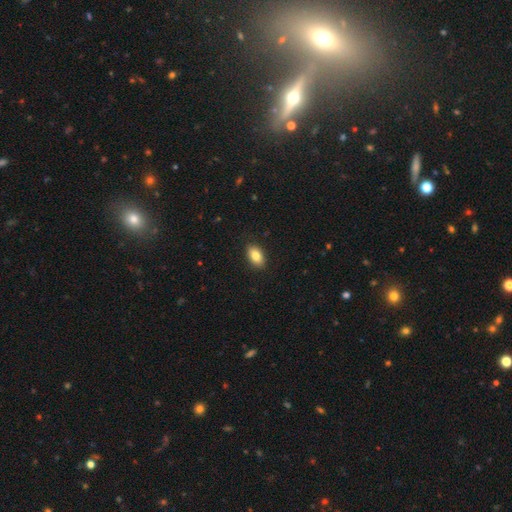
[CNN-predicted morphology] Smooth or featured?
  - smooth: 83% *
  - featured or disk: 9%
  - star or artifact: 8%
How rounded?
  - in between: 90% *
  - round: 8%
  - cigar-shaped: 2%
Merging?
  - none: 89% *
  - minor disturbance: 8%
  - major disturbance: 2%
  - merger: 1%